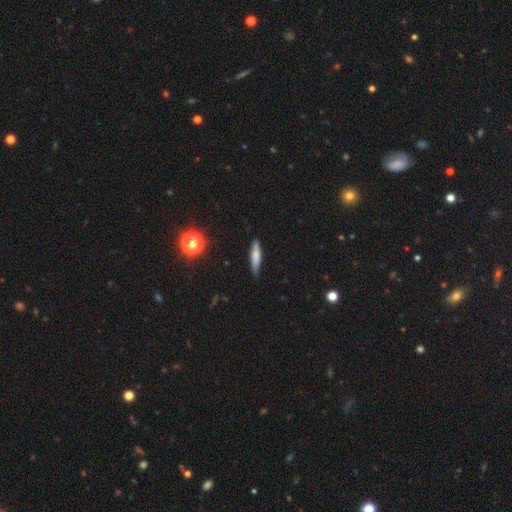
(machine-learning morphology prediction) This appears to be a smooth galaxy with no disk features (69%) that is cigar-shaped (77%). Merging: none (81%).